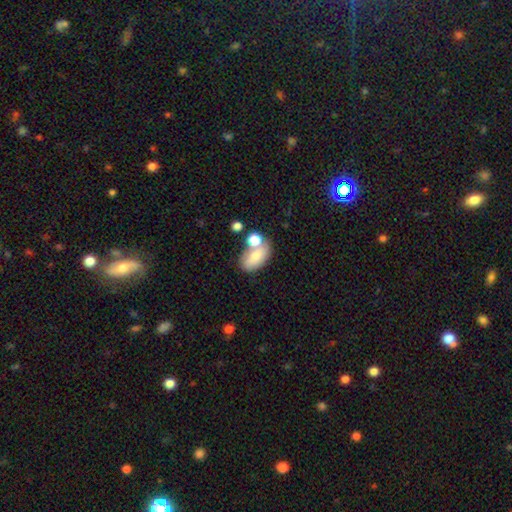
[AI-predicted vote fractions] smooth 73%, featured or disk 18%, star or artifact 9%. Down the decision tree: how rounded — in between (87%); merging — none (45%).